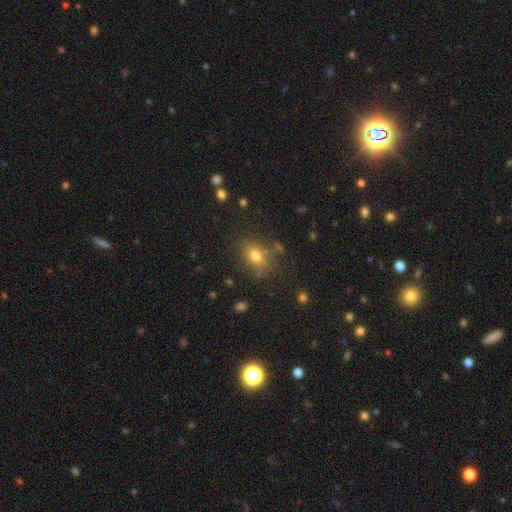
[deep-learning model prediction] smooth-or-featured: smooth: 75% | star or artifact: 14% | featured or disk: 11%
  how-rounded: in between: 65% | round: 33% | cigar-shaped: 2%
  merging: none: 71% | minor disturbance: 17% | major disturbance: 6% | merger: 6%